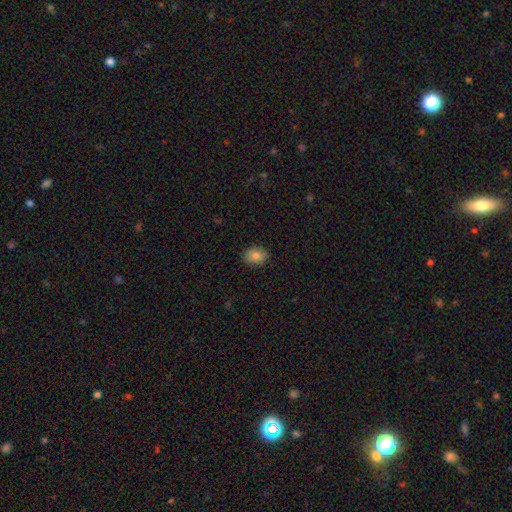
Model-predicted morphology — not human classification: smooth-or-featured: smooth: 85% | star or artifact: 9% | featured or disk: 6%
  how-rounded: in between: 59% | round: 40% | cigar-shaped: 1%
  merging: none: 87% | minor disturbance: 10% | major disturbance: 2% | merger: 1%